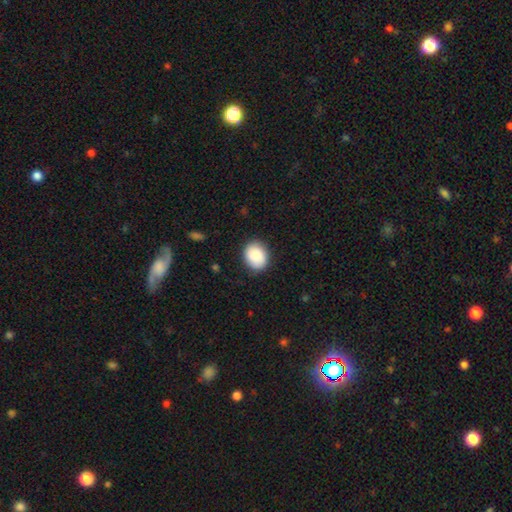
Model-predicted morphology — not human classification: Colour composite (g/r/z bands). It shows a smooth galaxy with no disk features (89%) that is round (50%, tied with in between). Merging: none (84%).